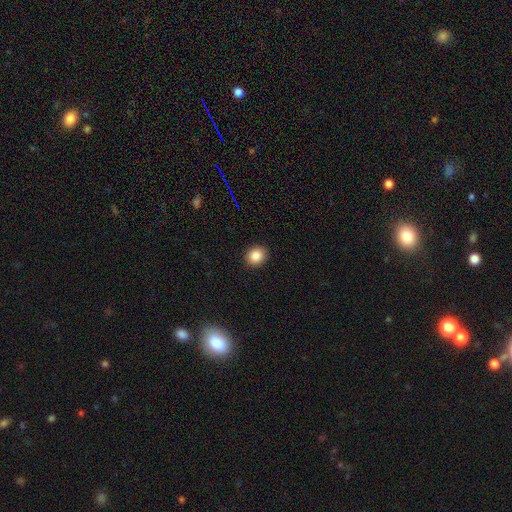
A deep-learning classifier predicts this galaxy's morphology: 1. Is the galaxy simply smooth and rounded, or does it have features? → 87% smooth, 9% star or artifact, 4% featured or disk.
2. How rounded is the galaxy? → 68% round, 31% in between, 1% cigar-shaped.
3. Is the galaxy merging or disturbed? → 91% none, 6% minor disturbance, 2% major disturbance, 1% merger.